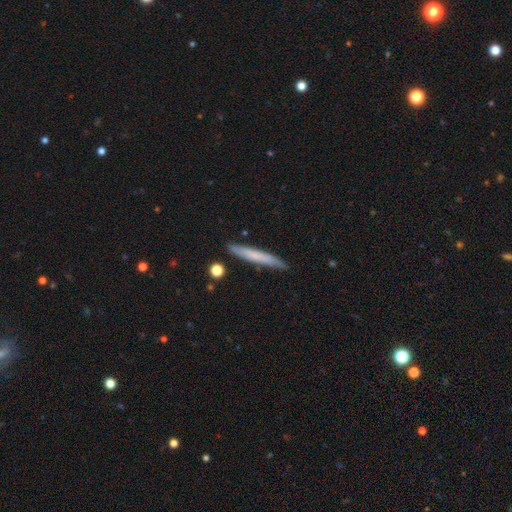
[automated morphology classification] Smooth or featured: smooth — 64% (featured or disk — 30%)
How rounded: cigar-shaped — 96% (in between — 3%)
Merging: none — 88% (minor disturbance — 9%)